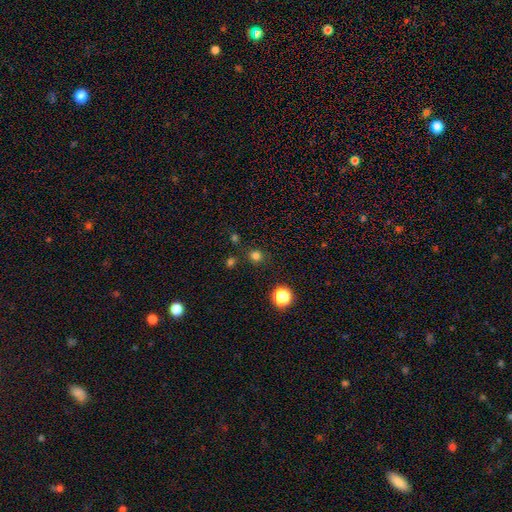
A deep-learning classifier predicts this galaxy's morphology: The model was most divided on "smooth or featured": smooth: 76%, star or artifact: 20%, featured or disk: 4%. More confident: how rounded — round (87%); merging — none (83%).